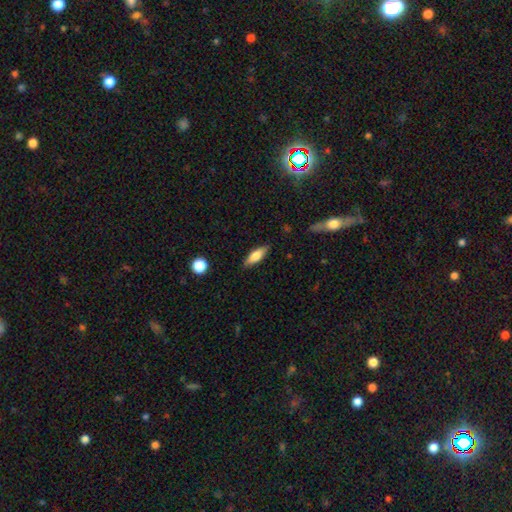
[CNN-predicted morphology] smooth_or_featured: smooth (p=0.69) [alt: featured or disk p=0.25]
how_rounded: in between (p=0.57) [alt: cigar-shaped p=0.41]
merging: none (p=0.86) [alt: minor disturbance p=0.11]